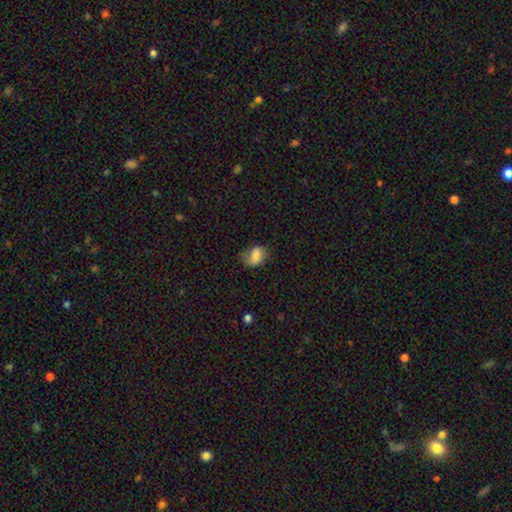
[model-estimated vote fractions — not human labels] Morphology: type=smooth (77%); roundness=in between (74%); merging=none (59%).